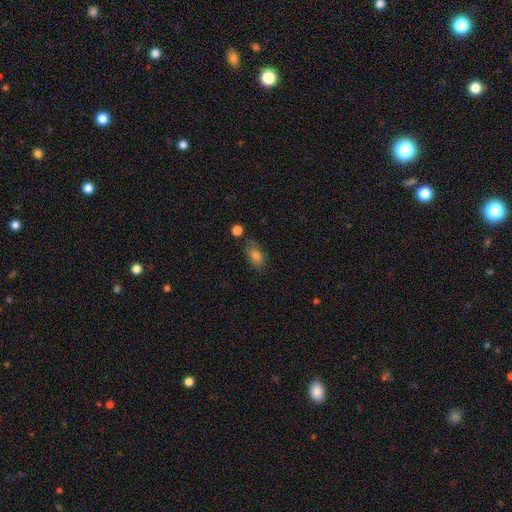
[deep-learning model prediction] smooth 78%, star or artifact 12%, featured or disk 10%. Down the decision tree: how rounded — in between (83%); merging — none (64%).